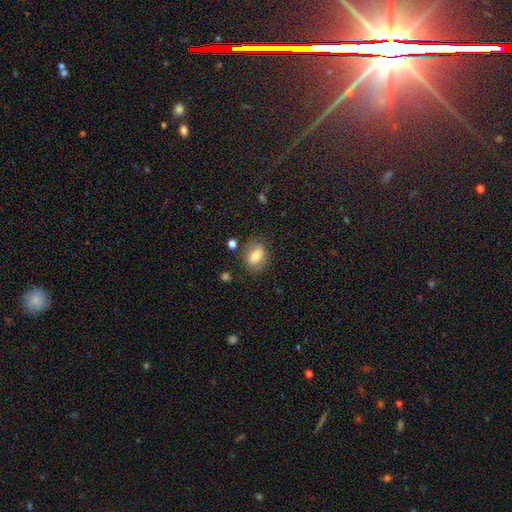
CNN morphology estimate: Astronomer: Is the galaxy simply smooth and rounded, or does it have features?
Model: smooth — 75%.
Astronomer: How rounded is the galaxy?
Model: in between — 67%.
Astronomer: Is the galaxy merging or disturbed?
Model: none — 77%.